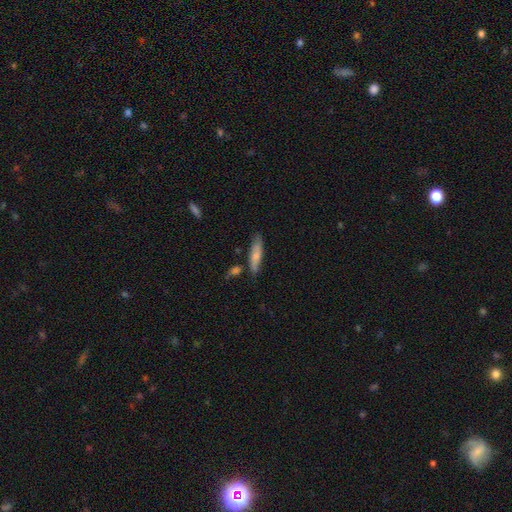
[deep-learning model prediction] The model was most divided on "smooth or featured": smooth: 72%, featured or disk: 22%, star or artifact: 6%. More confident: how rounded — cigar-shaped (74%); merging — none (73%).